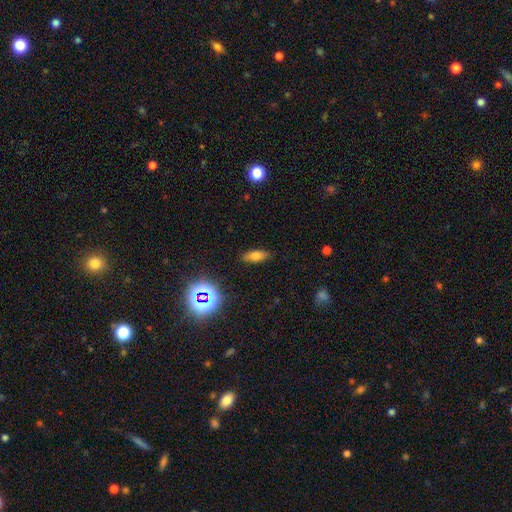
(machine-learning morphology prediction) A smooth galaxy with no disk features (69%) that is in between round and cigar-shaped (72%).

Vote fractions:
- Smooth or featured? smooth: 69% / star or artifact: 16% / featured or disk: 15%
- How rounded? in between: 72% / cigar-shaped: 23% / round: 5%
- Merging? none: 86% / minor disturbance: 10% / major disturbance: 3% / merger: 1%